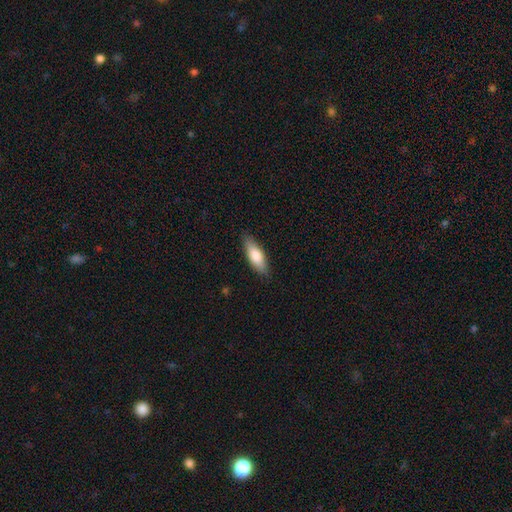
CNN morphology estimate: A smooth galaxy with no disk features (77%) that is in between round and cigar-shaped (61%).

Vote fractions:
- Smooth or featured? smooth: 77% / featured or disk: 18% / star or artifact: 6%
- How rounded? in between: 61% / cigar-shaped: 37% / round: 2%
- Merging? none: 86% / minor disturbance: 11% / major disturbance: 2% / merger: 1%